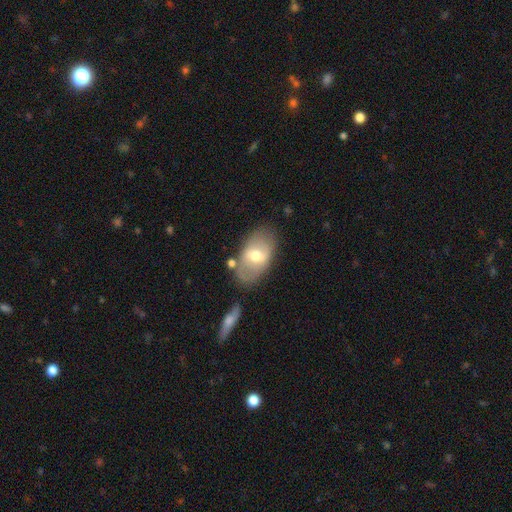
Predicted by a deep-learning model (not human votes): This appears to be a smooth galaxy with no disk features (51%) that is in between round and cigar-shaped (90%). Merging: none (69%).